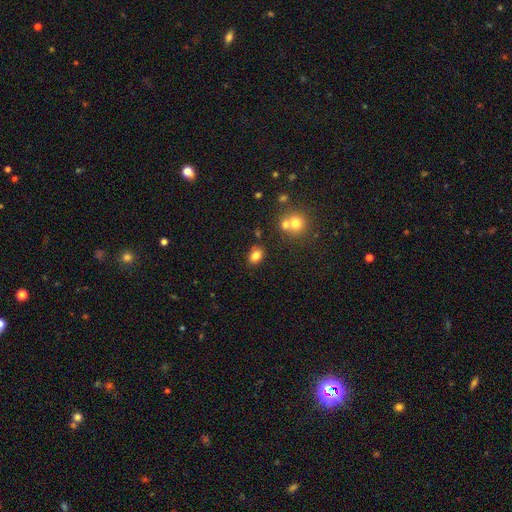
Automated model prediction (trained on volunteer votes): Smooth or featured? Predicted: smooth (p=0.81). How rounded? Predicted: in between (p=0.74). Merging? Predicted: none (p=0.79).